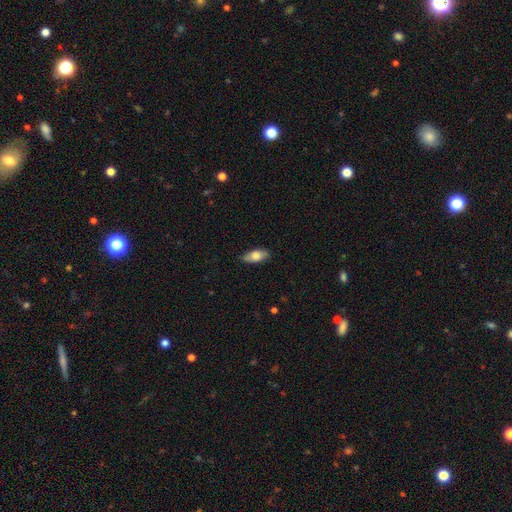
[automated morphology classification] type=smooth (77%); roundness=in between (85%); merging=none (84%).